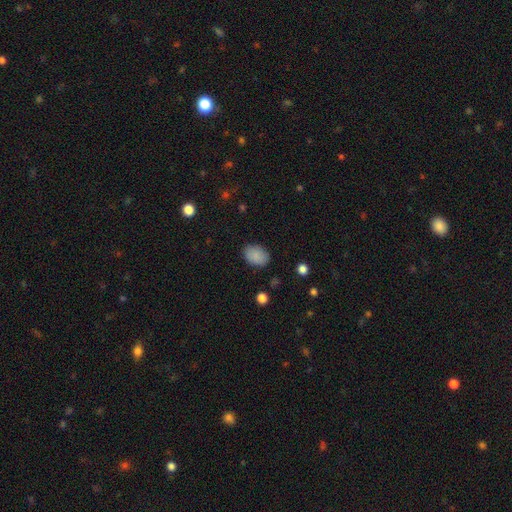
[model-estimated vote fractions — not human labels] This is clearly a smooth galaxy (88%). How rounded: likely in between (79%). Merging: clearly none (84%).